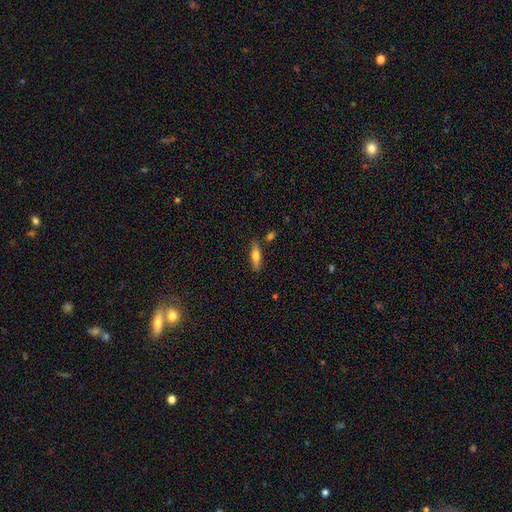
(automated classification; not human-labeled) smooth_or_featured: smooth (p=0.63) [alt: featured or disk p=0.31]
how_rounded: cigar-shaped (p=0.51) [alt: in between p=0.47]
merging: none (p=0.79) [alt: minor disturbance p=0.14]